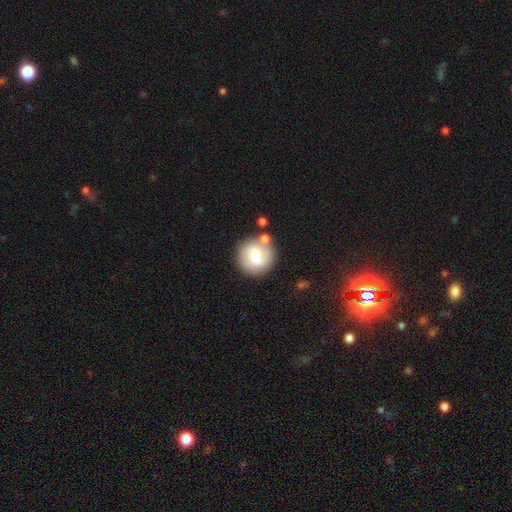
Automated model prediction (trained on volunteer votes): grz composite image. It shows a smooth galaxy with no disk features (58%) that is round (90%). Merging: none (75%).